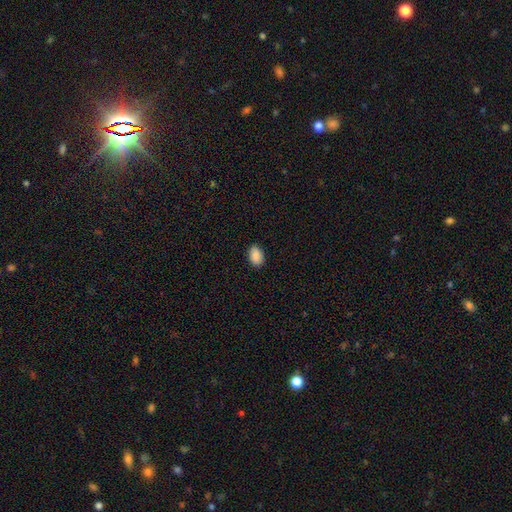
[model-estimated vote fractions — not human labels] The model was most divided on "merging": none: 87%, minor disturbance: 10%, major disturbance: 2%, merger: 1%. More confident: how rounded — in between (90%); smooth or featured — smooth (89%).